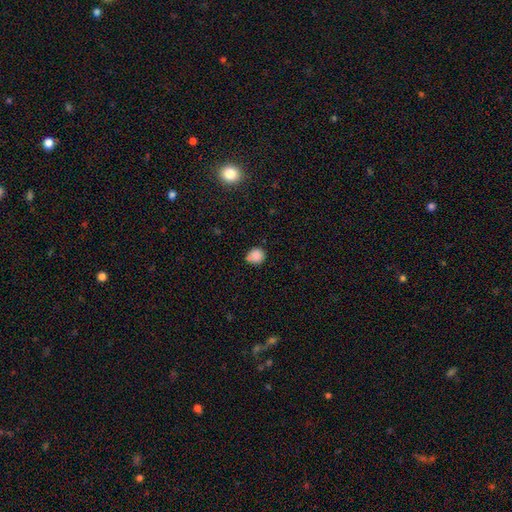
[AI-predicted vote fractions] Smooth or featured? smooth (85%)
How rounded? round (79%)
Merging? none (63%)